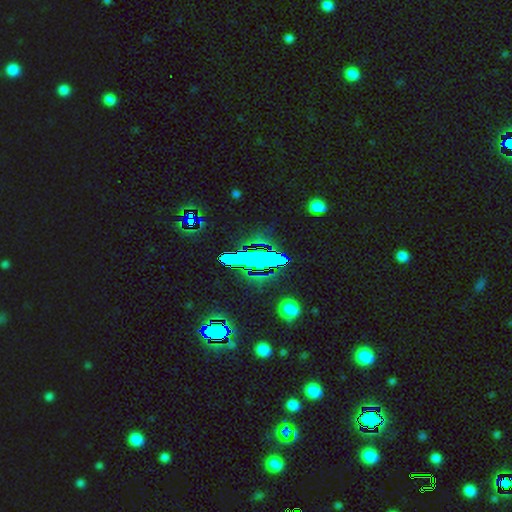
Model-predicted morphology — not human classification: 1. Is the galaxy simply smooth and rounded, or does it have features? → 79% star or artifact, 11% smooth, 10% featured or disk.